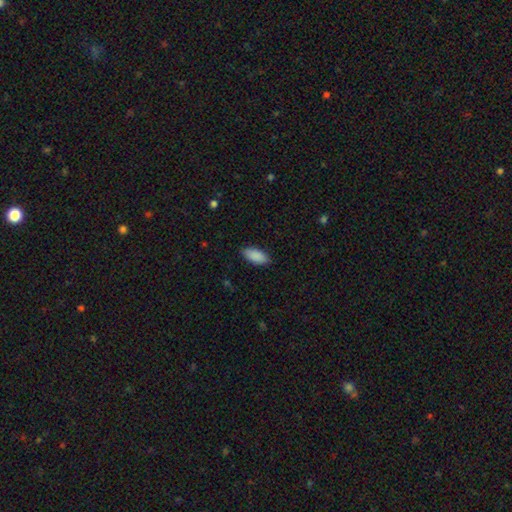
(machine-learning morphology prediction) Smooth or featured?
  - smooth: 90% *
  - star or artifact: 6%
  - featured or disk: 4%
How rounded?
  - in between: 89% *
  - cigar-shaped: 10%
  - round: 2%
Merging?
  - none: 87% *
  - minor disturbance: 10%
  - major disturbance: 2%
  - merger: 1%